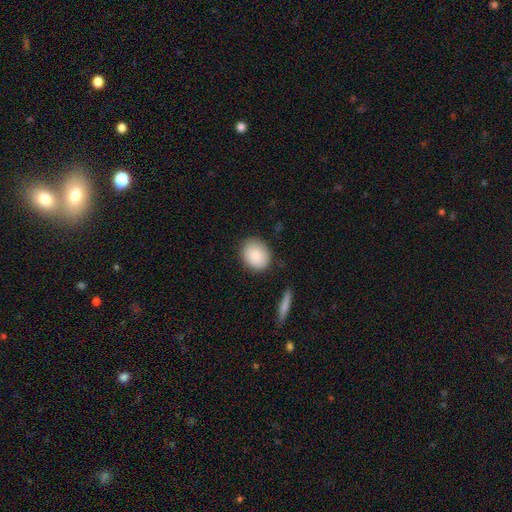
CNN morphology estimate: A smooth galaxy with no disk features (85%) that is round (60%). Merging: none (83%).